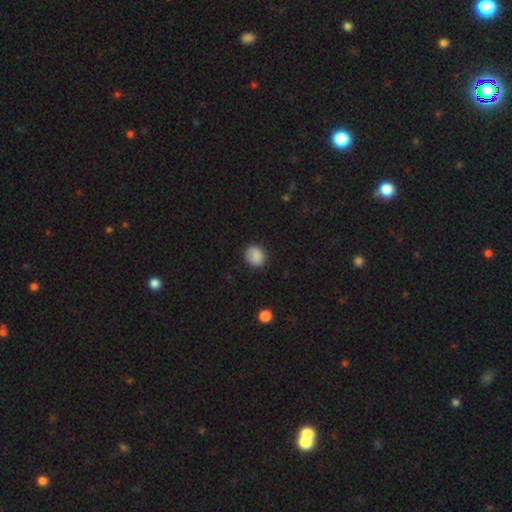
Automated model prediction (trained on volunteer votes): Morphology: type=smooth (86%); roundness=round (75%); merging=none (79%).